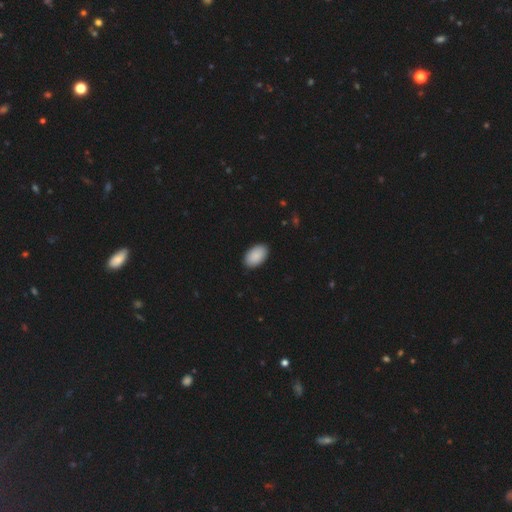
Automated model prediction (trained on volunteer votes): The model was most divided on "merging": none: 90%, minor disturbance: 7%, major disturbance: 2%, merger: 1%. More confident: how rounded — in between (94%); smooth or featured — smooth (90%).